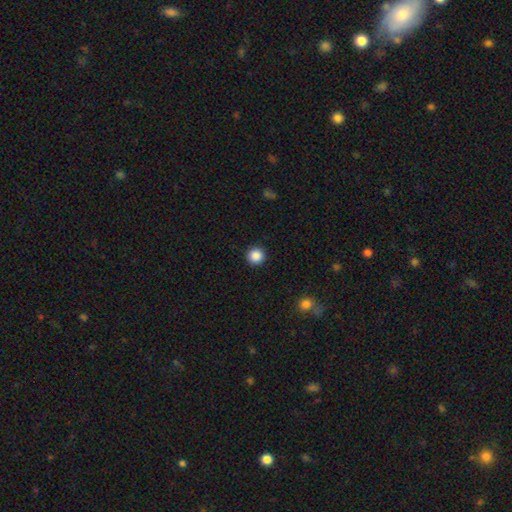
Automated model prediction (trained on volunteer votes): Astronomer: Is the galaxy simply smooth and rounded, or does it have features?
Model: smooth — 87%.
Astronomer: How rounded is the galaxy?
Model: round — 96%.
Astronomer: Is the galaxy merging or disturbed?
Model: none — 93%.